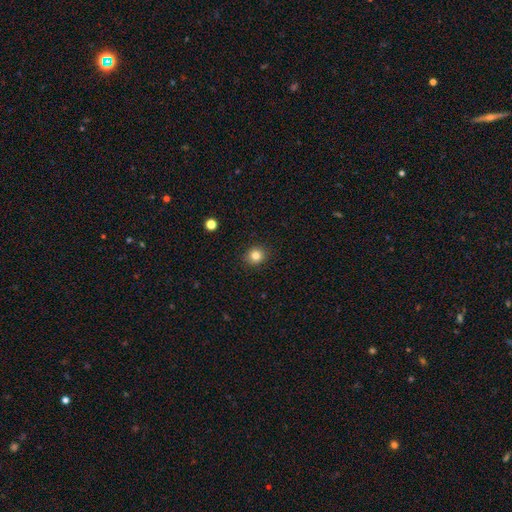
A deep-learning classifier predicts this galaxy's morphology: Smooth or featured? Predicted: smooth (p=0.83). How rounded? Predicted: round (p=0.87). Merging? Predicted: none (p=0.92).